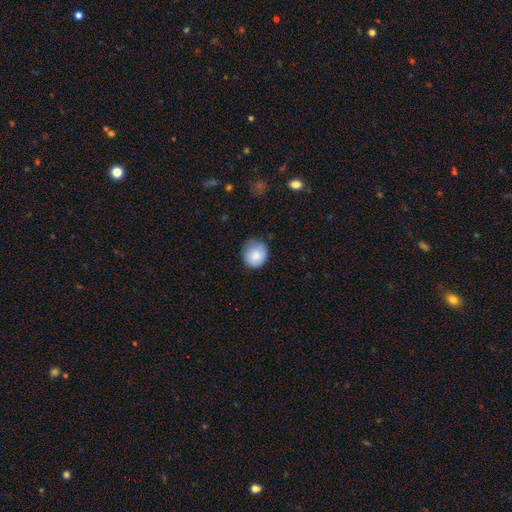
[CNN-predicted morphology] Smooth or featured: smooth — 85% (star or artifact — 8%)
How rounded: round — 82% (in between — 17%)
Merging: none — 68% (minor disturbance — 27%)